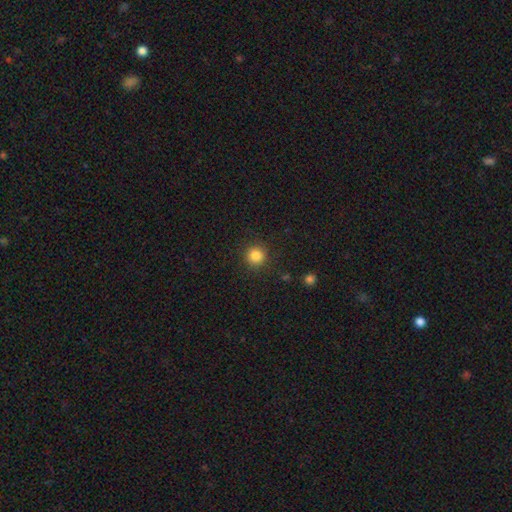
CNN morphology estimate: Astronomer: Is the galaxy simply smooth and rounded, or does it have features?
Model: smooth — 84%.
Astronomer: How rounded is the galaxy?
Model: round — 94%.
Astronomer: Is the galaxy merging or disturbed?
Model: none — 90%.